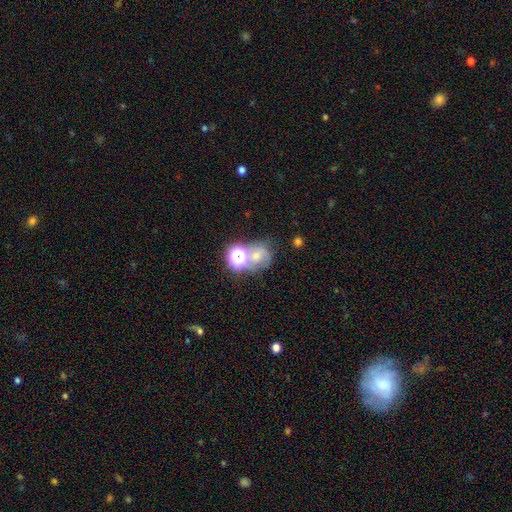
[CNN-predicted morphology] Smooth or featured: smooth — 47% (star or artifact — 27%)
Merging: none — 40% (merger — 34%)